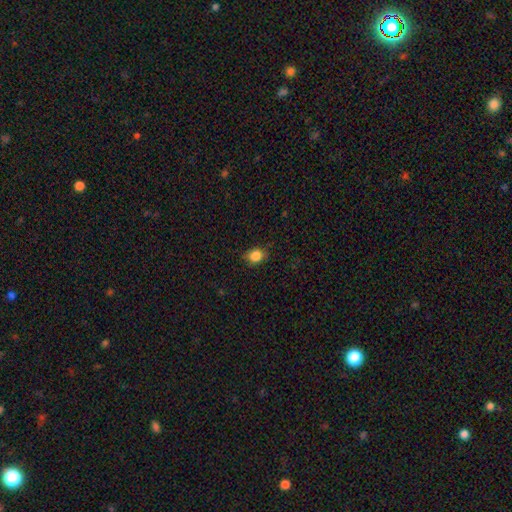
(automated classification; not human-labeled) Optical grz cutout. It shows a smooth galaxy with no disk features (84%) that is round (53%). Merging: none (82%).